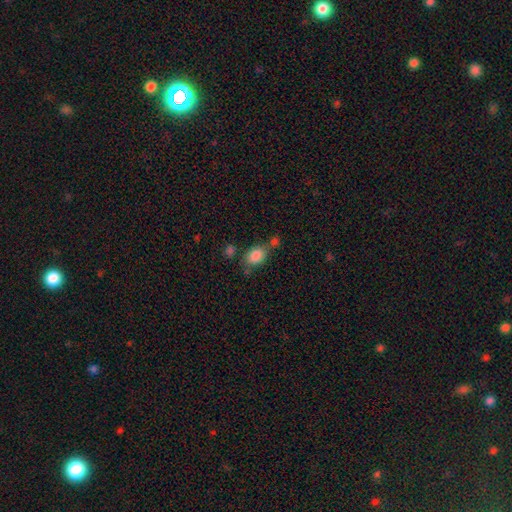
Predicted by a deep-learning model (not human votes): smooth-or-featured: smooth: 84% | star or artifact: 9% | featured or disk: 7%
  how-rounded: in between: 75% | round: 23% | cigar-shaped: 2%
  merging: none: 56% | merger: 22% | minor disturbance: 17% | major disturbance: 6%